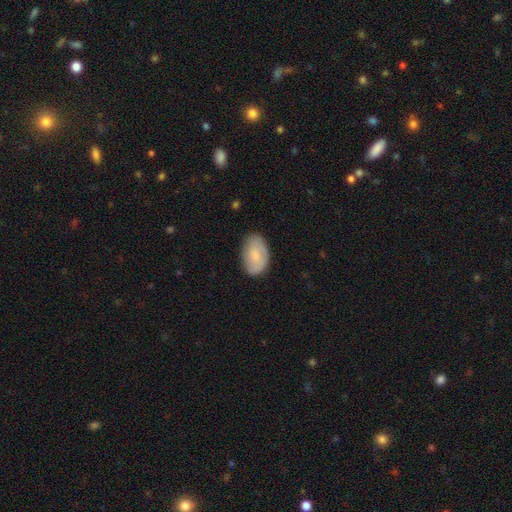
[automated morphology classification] Overall: smooth (70%). How rounded: in between (91%). Merging: none (78%).